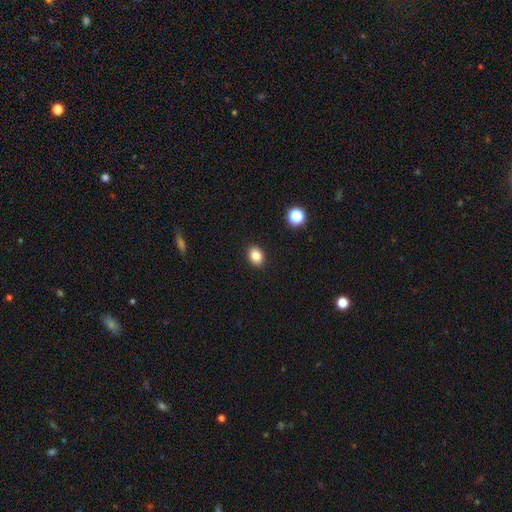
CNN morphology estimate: Smooth or featured? smooth (84%)
How rounded? in between (57%)
Merging? none (91%)